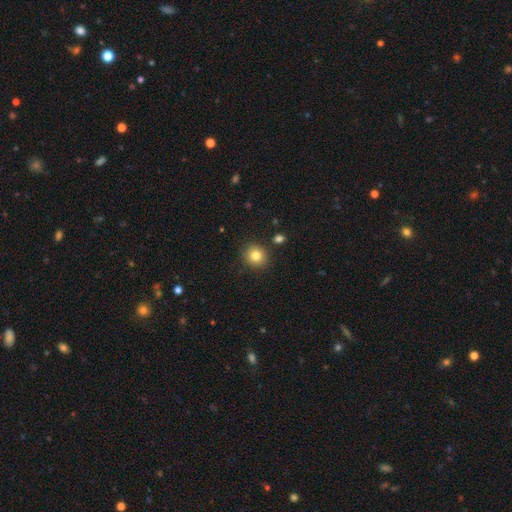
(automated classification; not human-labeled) Morphology: type=smooth (82%); roundness=round (86%); merging=none (87%).